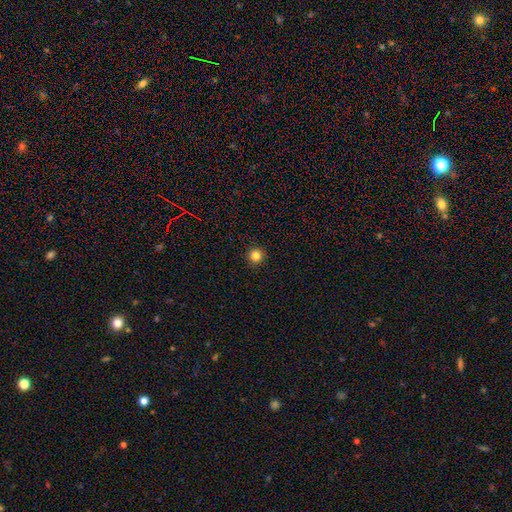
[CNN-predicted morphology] Smooth or featured? smooth (84%)
How rounded? round (96%)
Merging? none (93%)